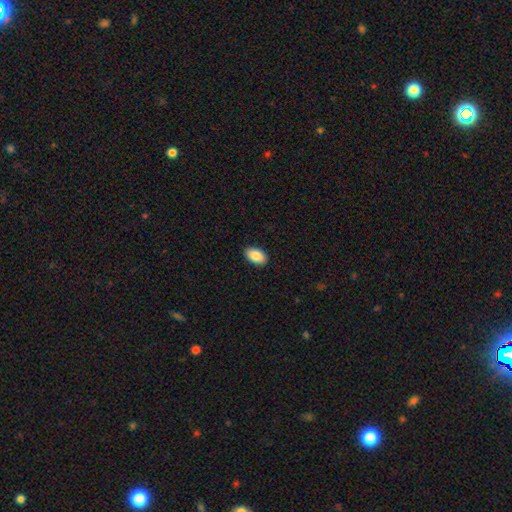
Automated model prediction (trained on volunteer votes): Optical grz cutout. It shows a smooth galaxy with no disk features (88%) that is in between round and cigar-shaped (93%). Merging: none (90%).